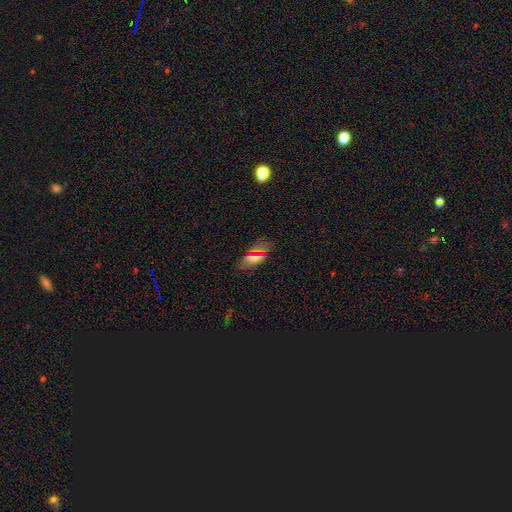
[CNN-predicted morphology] smooth_or_featured: smooth (p=0.60) [alt: star or artifact p=0.22]
how_rounded: in between (p=0.83) [alt: cigar-shaped p=0.12]
merging: none (p=0.78) [alt: minor disturbance p=0.15]